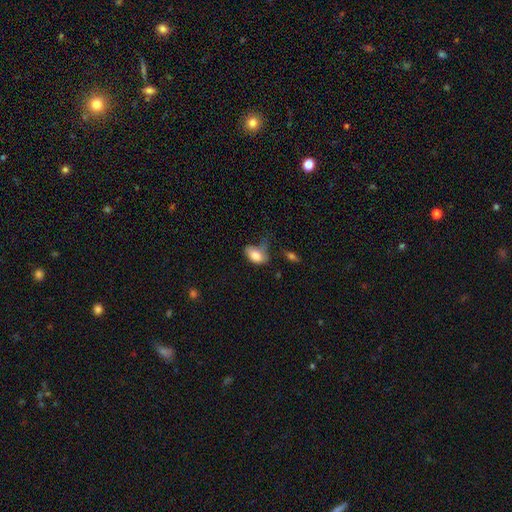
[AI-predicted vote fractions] A smooth galaxy with no disk features (80%) that is in between round and cigar-shaped (90%).

Vote fractions:
- Smooth or featured? smooth: 80% / featured or disk: 13% / star or artifact: 7%
- How rounded? in between: 90% / round: 8% / cigar-shaped: 2%
- Merging? minor disturbance: 33% / none: 32% / major disturbance: 28% / merger: 8%